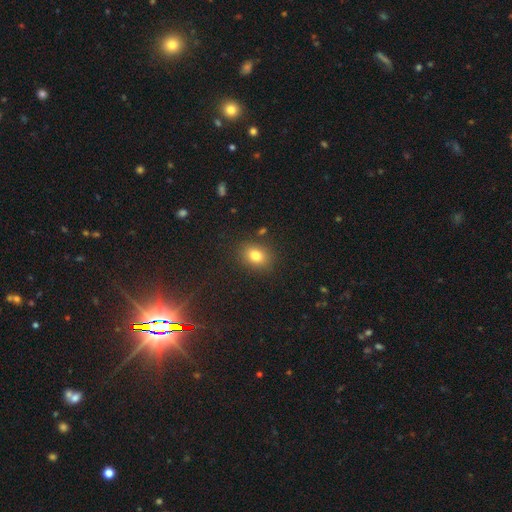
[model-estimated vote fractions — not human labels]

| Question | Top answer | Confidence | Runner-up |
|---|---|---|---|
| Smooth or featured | smooth | 80% | star or artifact (12%) |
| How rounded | in between | 57% | round (42%) |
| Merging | none | 85% | minor disturbance (10%) |